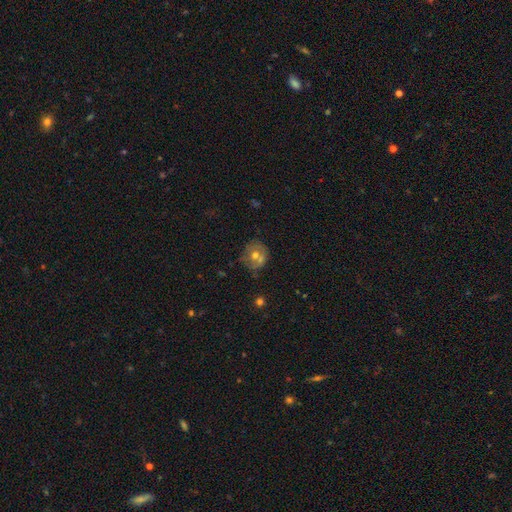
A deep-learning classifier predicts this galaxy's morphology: Smooth or featured? Predicted: smooth (p=0.53). How rounded? Predicted: round (p=0.81). Merging? Predicted: none (p=0.56).